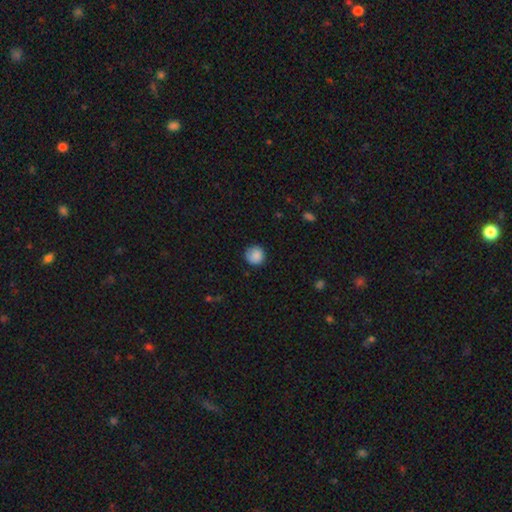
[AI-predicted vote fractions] The model was most divided on "merging": none: 82%, minor disturbance: 14%, major disturbance: 3%, merger: 1%. More confident: how rounded — round (93%); smooth or featured — smooth (87%).